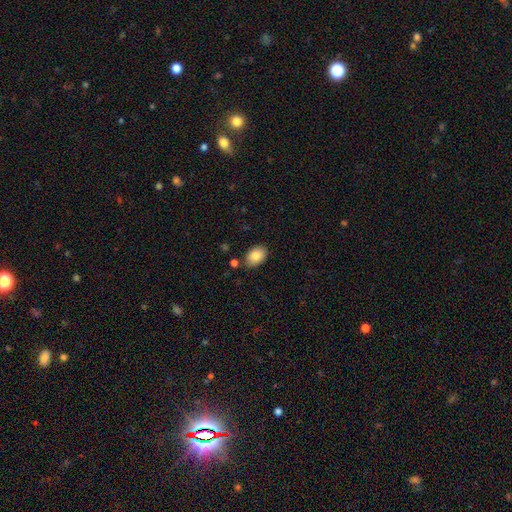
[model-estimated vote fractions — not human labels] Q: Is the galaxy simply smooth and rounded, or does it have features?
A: smooth — 86%.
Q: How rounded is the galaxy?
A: in between — 85%.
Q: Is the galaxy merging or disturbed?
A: none — 82%.